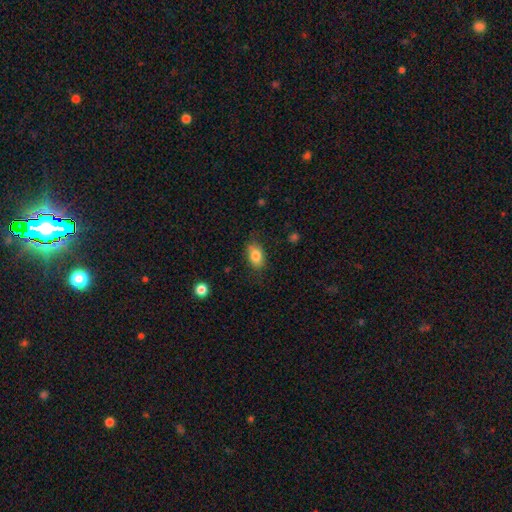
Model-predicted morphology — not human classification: Smooth or featured? smooth (83%)
How rounded? in between (85%)
Merging? none (78%)